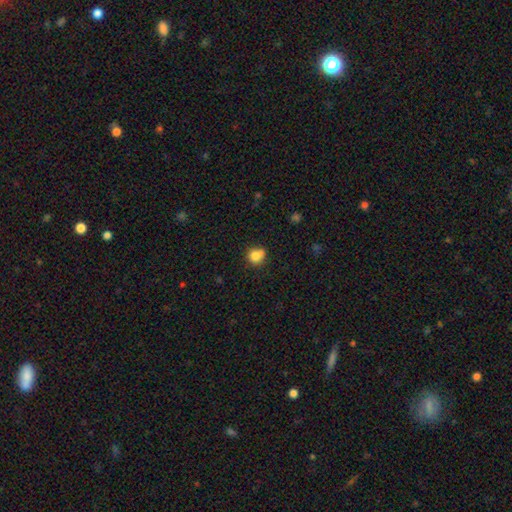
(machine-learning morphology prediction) Q: Smooth or featured?
A: smooth (80%); runner-up: star or artifact (11%)
Q: How rounded?
A: round (84%); runner-up: in between (15%)
Q: Merging?
A: none (57%); runner-up: minor disturbance (19%)